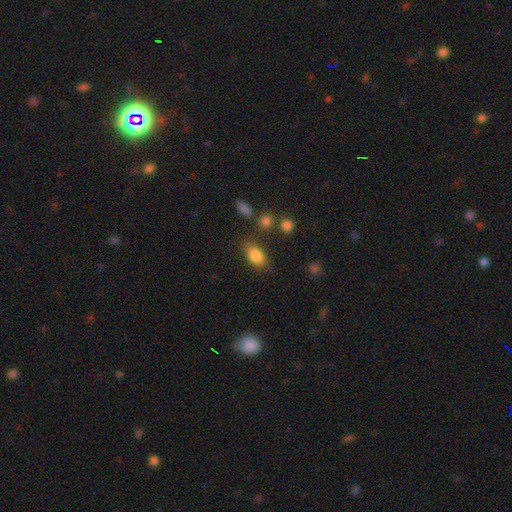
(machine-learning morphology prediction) Smooth or featured? Predicted: smooth (p=0.84). How rounded? Predicted: in between (p=0.86). Merging? Predicted: none (p=0.71).